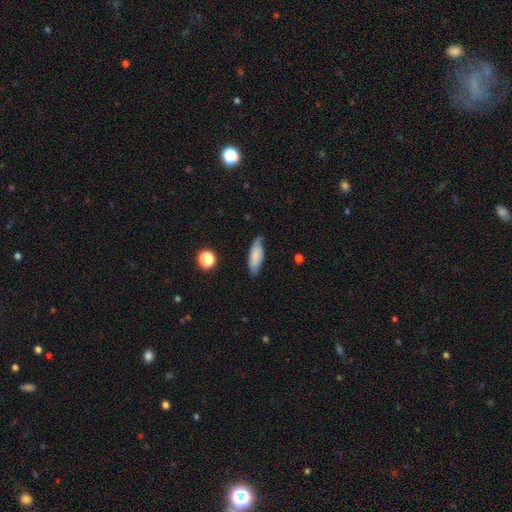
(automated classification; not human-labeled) Smooth or featured? smooth (76%)
How rounded? in between (62%)
Merging? none (67%)